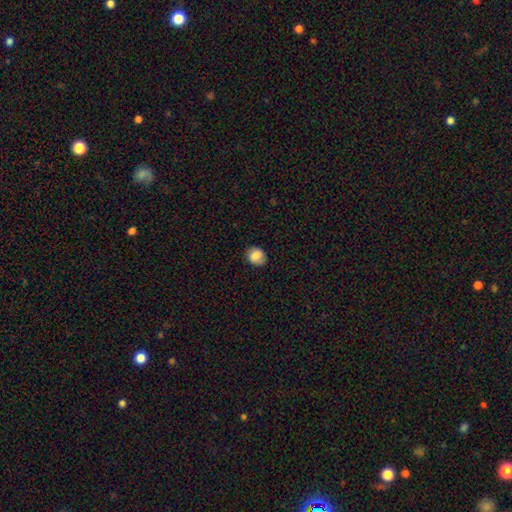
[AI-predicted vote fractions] Smooth or featured? Predicted: smooth (p=0.84). How rounded? Predicted: round (p=0.77). Merging? Predicted: none (p=0.81).